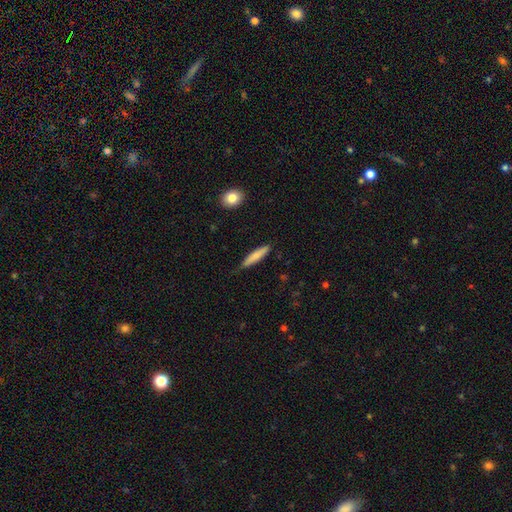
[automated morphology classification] Smooth or featured?
  - smooth: 76% *
  - featured or disk: 18%
  - star or artifact: 6%
How rounded?
  - cigar-shaped: 88% *
  - in between: 11%
  - round: 2%
Merging?
  - none: 74% *
  - minor disturbance: 21%
  - major disturbance: 3%
  - merger: 2%